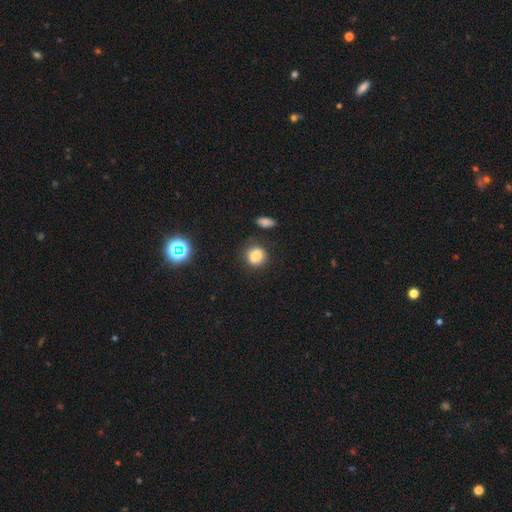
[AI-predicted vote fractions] Smooth or featured? smooth (80%)
How rounded? round (62%)
Merging? none (77%)